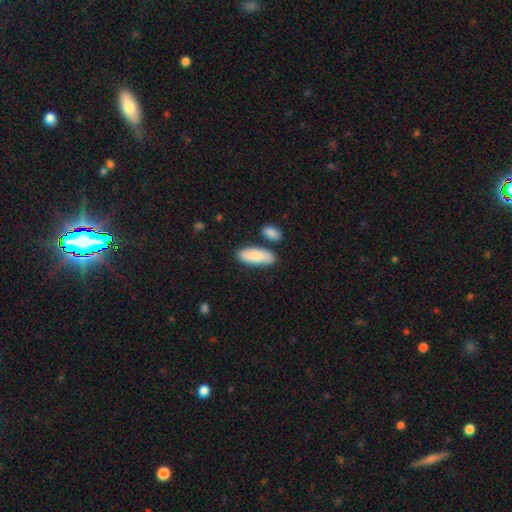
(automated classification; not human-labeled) Smooth or featured? Predicted: smooth (p=0.83). How rounded? Predicted: in between (p=0.80). Merging? Predicted: none (p=0.74).